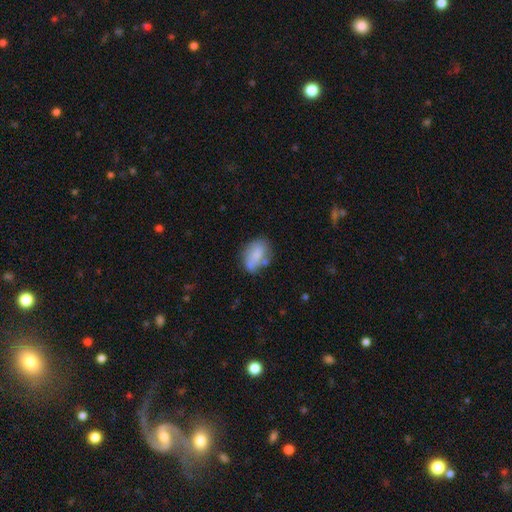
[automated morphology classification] This is likely a smooth galaxy (71%). How rounded: clearly in between (85%). Merging: possibly none (50%).